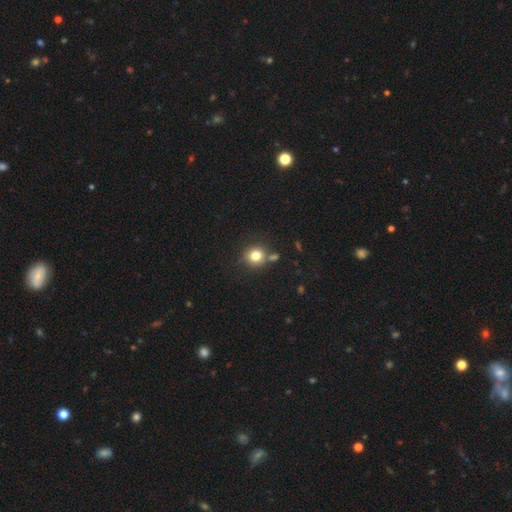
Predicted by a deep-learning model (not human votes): Smooth or featured? smooth (79%)
How rounded? round (88%)
Merging? none (74%)